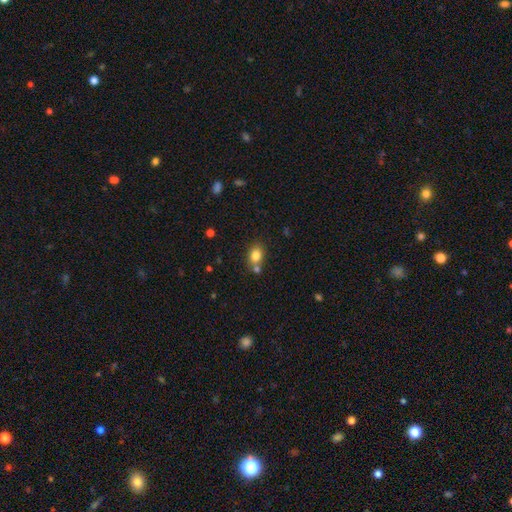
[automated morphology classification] A smooth galaxy with no disk features (81%) that is in between round and cigar-shaped (57%).

Vote fractions:
- Smooth or featured? smooth: 81% / star or artifact: 10% / featured or disk: 8%
- How rounded? in between: 57% / round: 42% / cigar-shaped: 1%
- Merging? none: 59% / merger: 25% / minor disturbance: 12% / major disturbance: 3%